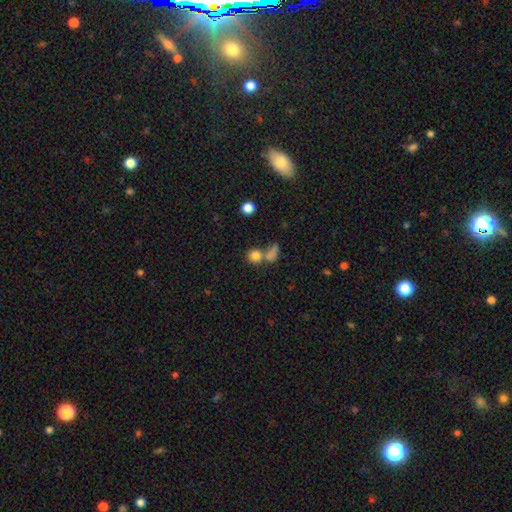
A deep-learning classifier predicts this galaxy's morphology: This appears to be a smooth galaxy with no disk features (80%) that is round (79%). Merging: none (43%).